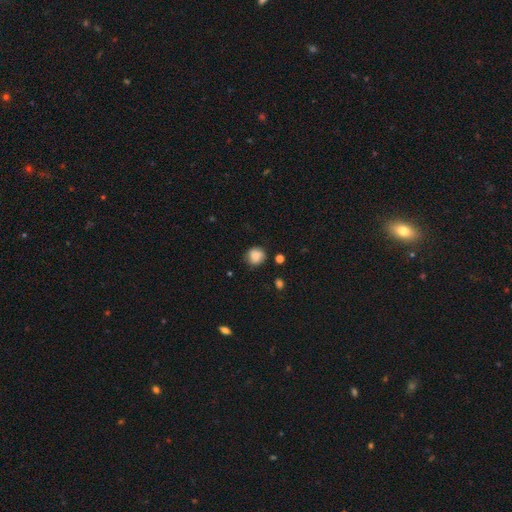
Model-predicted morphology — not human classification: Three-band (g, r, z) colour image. It shows a smooth galaxy with no disk features (85%) that is round (86%). Merging: none (79%).